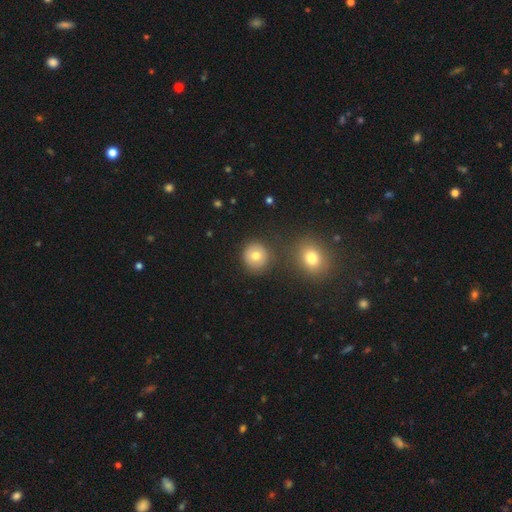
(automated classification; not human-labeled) Q: Smooth or featured?
A: smooth (77%); runner-up: star or artifact (12%)
Q: How rounded?
A: round (90%); runner-up: in between (9%)
Q: Merging?
A: none (84%); runner-up: minor disturbance (8%)